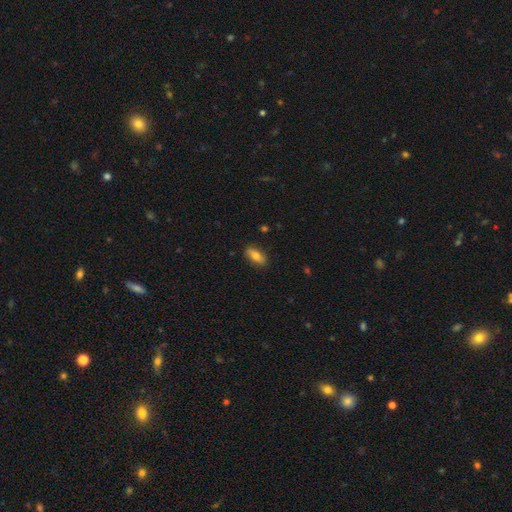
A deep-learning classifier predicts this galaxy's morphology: A smooth galaxy with no disk features (72%) that is in between round and cigar-shaped (82%).

Vote fractions:
- Smooth or featured? smooth: 72% / featured or disk: 21% / star or artifact: 7%
- How rounded? in between: 82% / cigar-shaped: 14% / round: 4%
- Merging? none: 85% / minor disturbance: 12% / major disturbance: 2% / merger: 1%